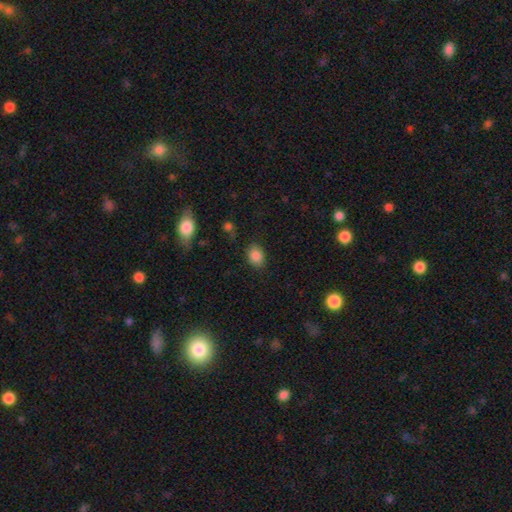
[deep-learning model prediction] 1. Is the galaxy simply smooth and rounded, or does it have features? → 85% smooth, 10% star or artifact, 5% featured or disk.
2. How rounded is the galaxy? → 67% in between, 32% round, 1% cigar-shaped.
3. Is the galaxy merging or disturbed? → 82% none, 13% minor disturbance, 3% major disturbance, 2% merger.